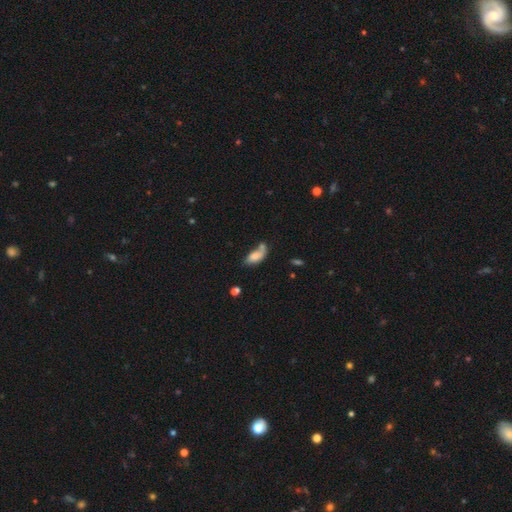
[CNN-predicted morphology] The model was most divided on "merging": none: 35%, merger: 30%, minor disturbance: 22%, major disturbance: 13%. More confident: how rounded — in between (86%); smooth or featured — smooth (75%).